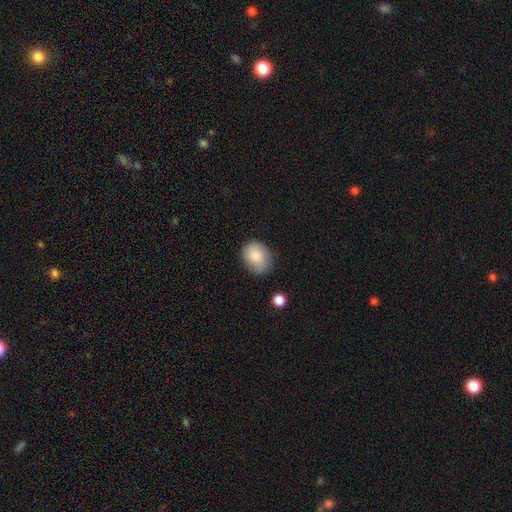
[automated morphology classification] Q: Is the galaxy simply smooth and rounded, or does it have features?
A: smooth — 76%.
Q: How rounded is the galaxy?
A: round — 51%.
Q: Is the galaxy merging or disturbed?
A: none — 72%.